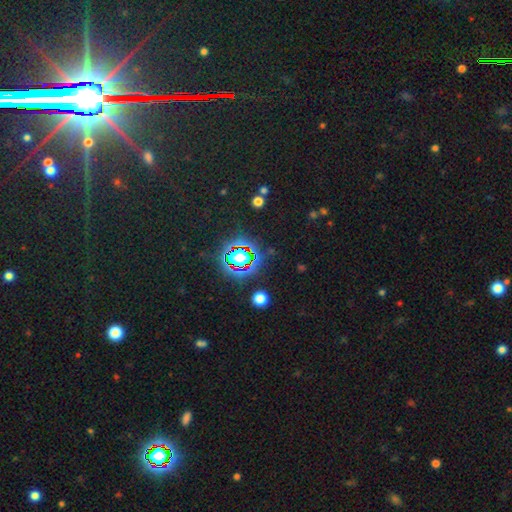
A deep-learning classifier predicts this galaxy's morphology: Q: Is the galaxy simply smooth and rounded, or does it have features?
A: star or artifact — 82%.